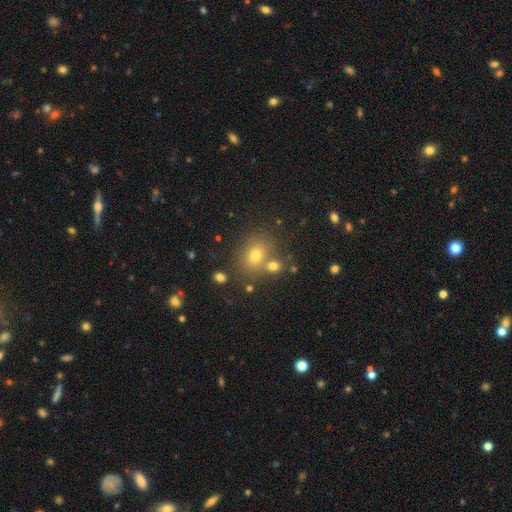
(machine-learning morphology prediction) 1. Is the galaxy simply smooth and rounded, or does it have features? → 70% smooth, 18% star or artifact, 12% featured or disk.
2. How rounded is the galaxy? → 52% round, 47% in between, 1% cigar-shaped.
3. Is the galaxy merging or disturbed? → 66% none, 20% merger, 10% minor disturbance, 4% major disturbance.